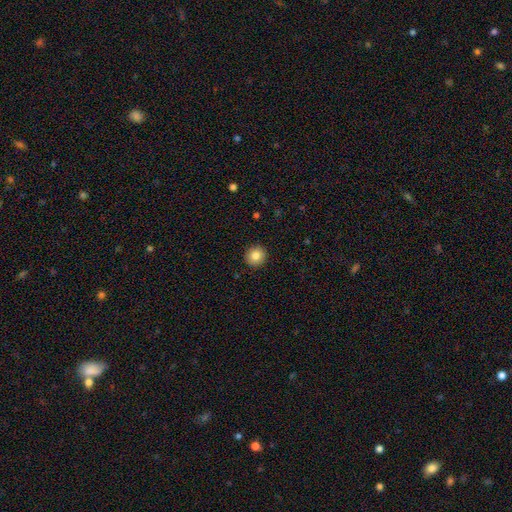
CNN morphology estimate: smooth 83%, star or artifact 9%, featured or disk 8%. Down the decision tree: how rounded — round (94%); merging — none (93%).